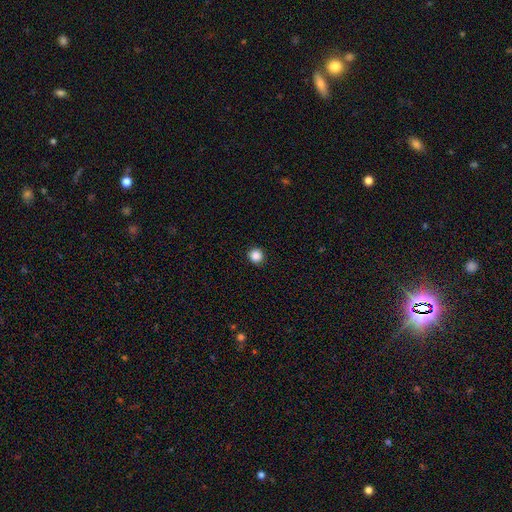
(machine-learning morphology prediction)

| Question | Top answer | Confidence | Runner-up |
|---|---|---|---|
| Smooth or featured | smooth | 86% | star or artifact (11%) |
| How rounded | round | 94% | in between (5%) |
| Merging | none | 93% | minor disturbance (5%) |